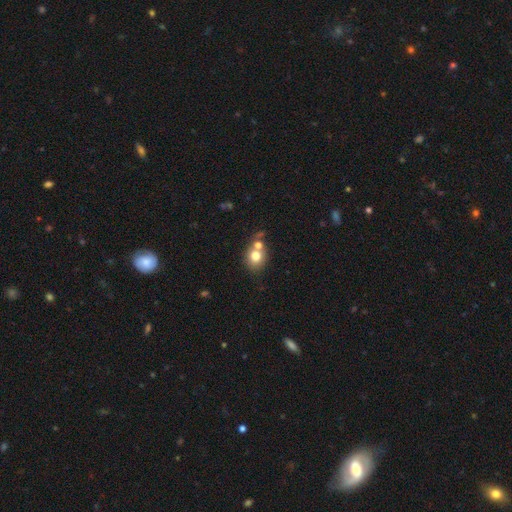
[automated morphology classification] Smooth or featured: smooth — 75% (featured or disk — 14%)
How rounded: round — 69% (in between — 30%)
Merging: none — 49% (merger — 36%)